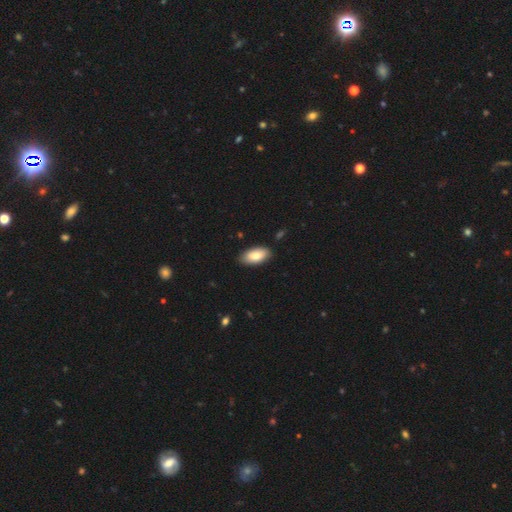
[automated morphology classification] type=smooth (82%); roundness=in between (93%); merging=none (87%).